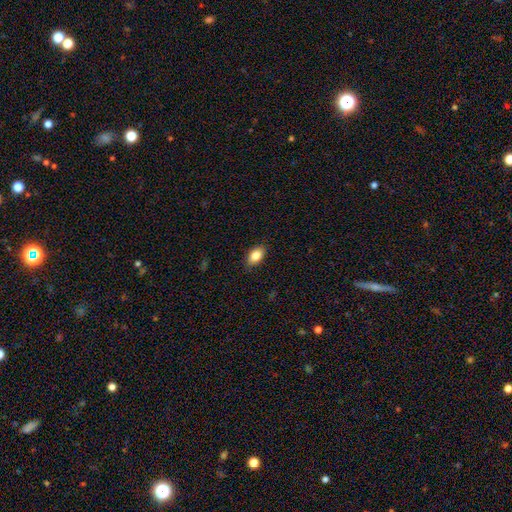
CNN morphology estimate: Smooth or featured? Predicted: smooth (p=0.84). How rounded? Predicted: in between (p=0.88). Merging? Predicted: none (p=0.87).